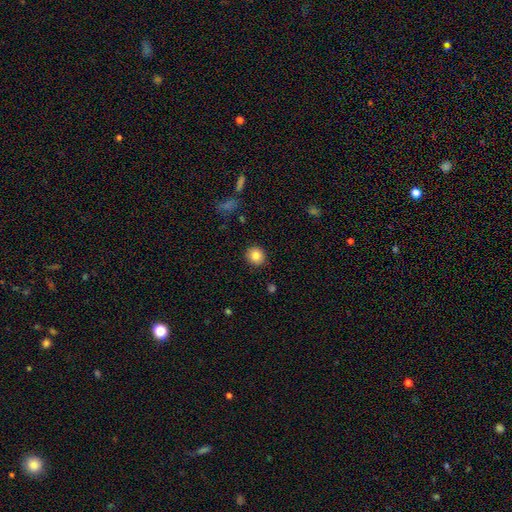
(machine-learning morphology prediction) smooth-or-featured: smooth: 84% | star or artifact: 10% | featured or disk: 7%
  how-rounded: round: 86% | in between: 13% | cigar-shaped: 1%
  merging: none: 91% | minor disturbance: 6% | major disturbance: 2% | merger: 1%